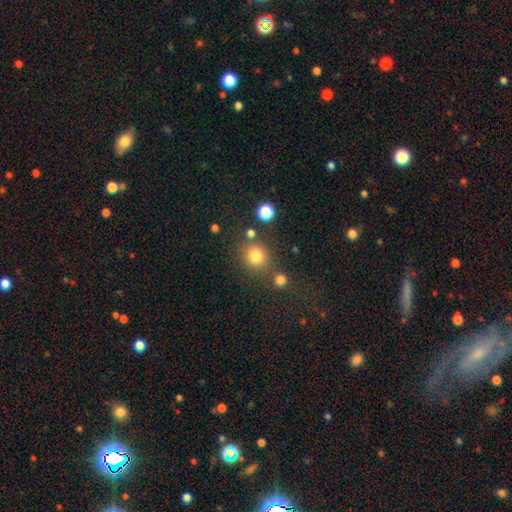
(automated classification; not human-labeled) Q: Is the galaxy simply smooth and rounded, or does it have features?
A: smooth — 79%.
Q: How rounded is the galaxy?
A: round — 85%.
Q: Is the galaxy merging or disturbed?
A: none — 73%.